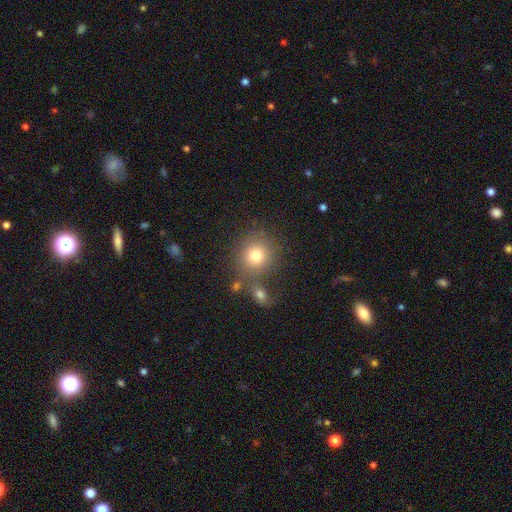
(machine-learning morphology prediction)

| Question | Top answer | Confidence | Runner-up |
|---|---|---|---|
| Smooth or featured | smooth | 76% | star or artifact (13%) |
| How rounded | round | 87% | in between (12%) |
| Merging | none | 67% | merger (17%) |